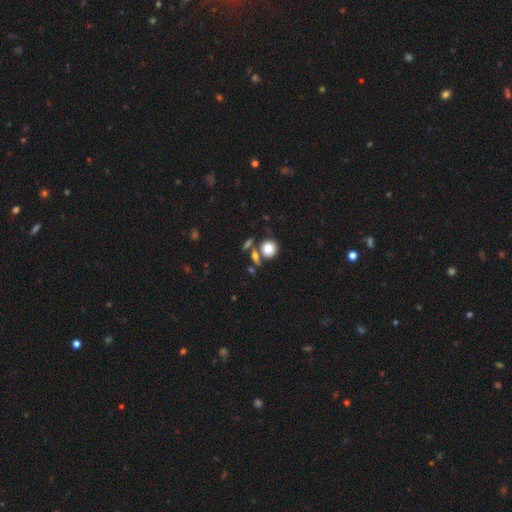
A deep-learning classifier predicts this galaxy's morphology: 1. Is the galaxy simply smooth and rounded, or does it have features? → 68% smooth, 19% featured or disk, 13% star or artifact.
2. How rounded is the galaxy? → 70% round, 23% in between, 7% cigar-shaped.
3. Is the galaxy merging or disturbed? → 63% none, 22% merger, 10% minor disturbance, 4% major disturbance.